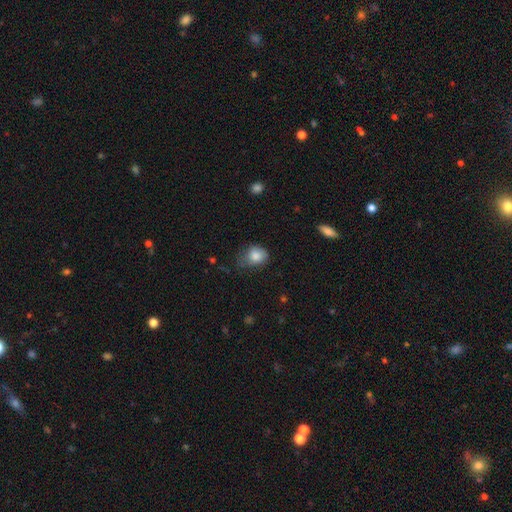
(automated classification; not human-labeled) The model was most divided on "merging" (2-way tie): minor disturbance: 40%, none: 40%, major disturbance: 19%, merger: 2%. Remaining: smooth or featured — smooth (81%); how rounded — in between (50%).